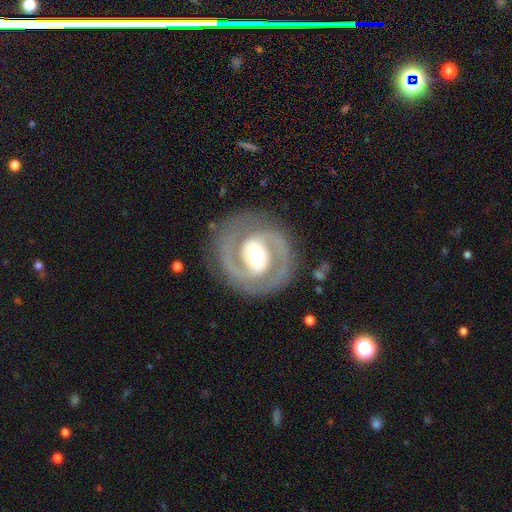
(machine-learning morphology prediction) Smooth or featured?
  - featured or disk: 88% *
  - smooth: 8%
  - star or artifact: 4%
Edge-on disk?
  - no: 98% *
  - yes: 2%
Bar?
  - strong: 39% *
  - weak: 38%
  - no: 23%
Spiral arms?
  - yes: 94% *
  - no: 6%
Spiral winding?
  - tight: 48% *
  - medium: 44%
  - loose: 8%
Spiral arm count?
  - 2: 91% *
  - can't tell: 3%
  - 1: 2%
  - 3: 2%
  - 4: 1%
  - more than 4: 1%
Bulge size?
  - moderate: 61% *
  - large: 24%
  - small: 11%
  - dominant: 3%
  - none: 1%
Merging?
  - none: 84% *
  - minor disturbance: 10%
  - major disturbance: 5%
  - merger: 1%